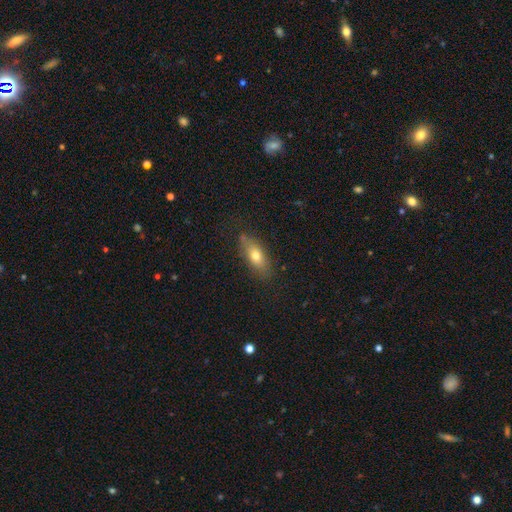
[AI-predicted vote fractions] This appears to be a smooth galaxy with no disk features (68%) that is in between round and cigar-shaped (73%). Merging: none (77%).